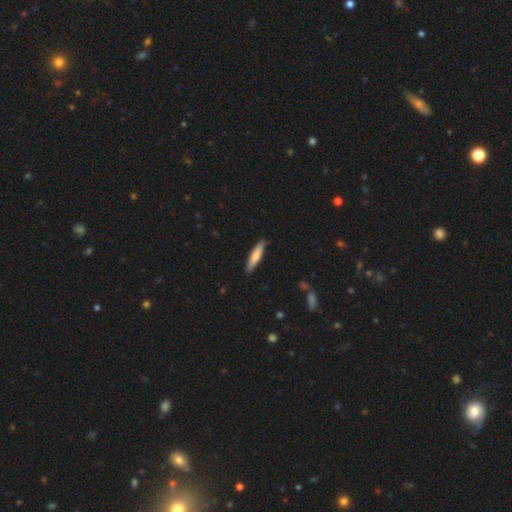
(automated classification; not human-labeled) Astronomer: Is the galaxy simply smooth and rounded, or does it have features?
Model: smooth — 75%.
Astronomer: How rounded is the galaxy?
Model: cigar-shaped — 81%.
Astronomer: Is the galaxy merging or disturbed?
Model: none — 87%.